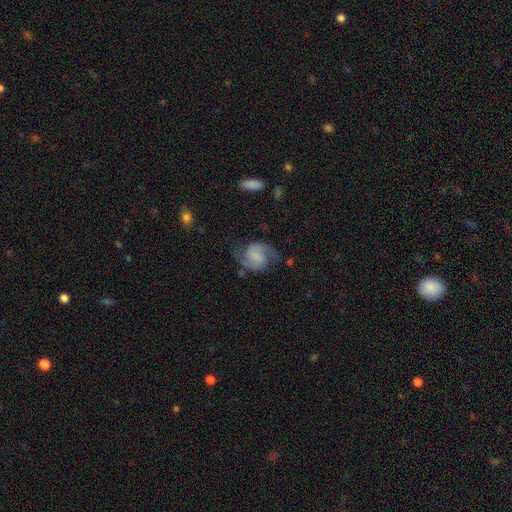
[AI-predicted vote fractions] Smooth or featured? Predicted: featured or disk (p=0.80). Edge-on disk? Predicted: no (p=0.98). Bar? Predicted: no (p=0.50). Spiral arms? Predicted: yes (p=0.96). Spiral winding? Predicted: medium (p=0.51). Spiral arm count? Predicted: 2 (p=0.93). Bulge size? Predicted: none (p=0.55). Merging? Predicted: none (p=0.70).